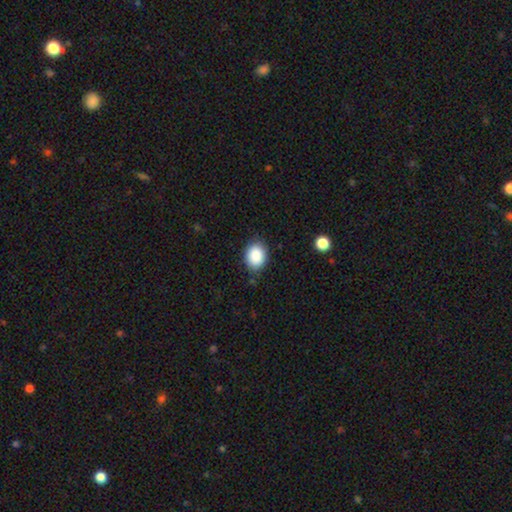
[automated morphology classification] Overall: smooth (89%). How rounded: in between (57%; round 42%). Merging: none (83%).